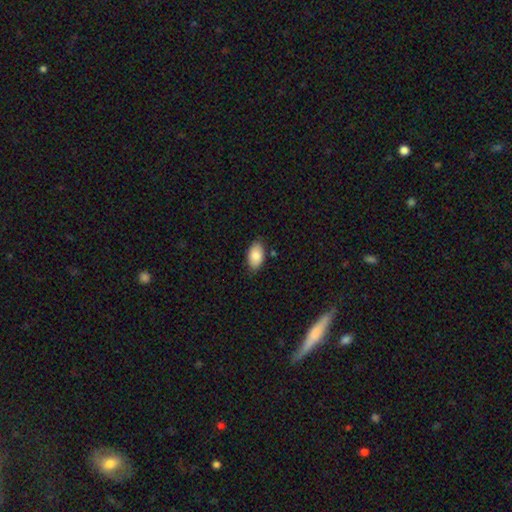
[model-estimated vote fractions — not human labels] smooth 86%, featured or disk 7%, star or artifact 6%. Down the decision tree: how rounded — in between (94%); merging — none (82%).